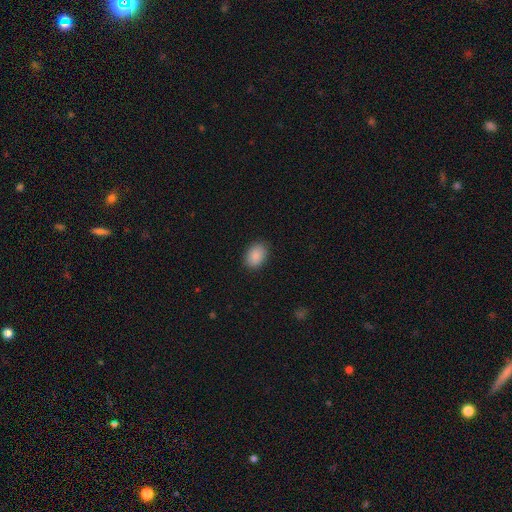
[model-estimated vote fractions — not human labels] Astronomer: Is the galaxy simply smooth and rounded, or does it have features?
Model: smooth — 89%.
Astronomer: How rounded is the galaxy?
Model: in between — 78%.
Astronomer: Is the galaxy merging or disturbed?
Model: none — 88%.